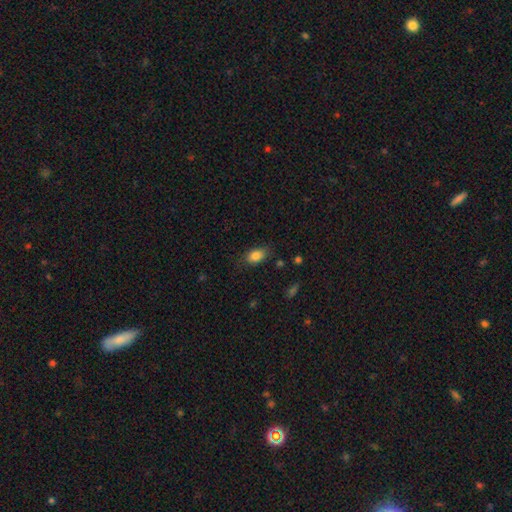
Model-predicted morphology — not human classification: A smooth galaxy with no disk features (84%) that is in between round and cigar-shaped (86%). Merging: none (77%).